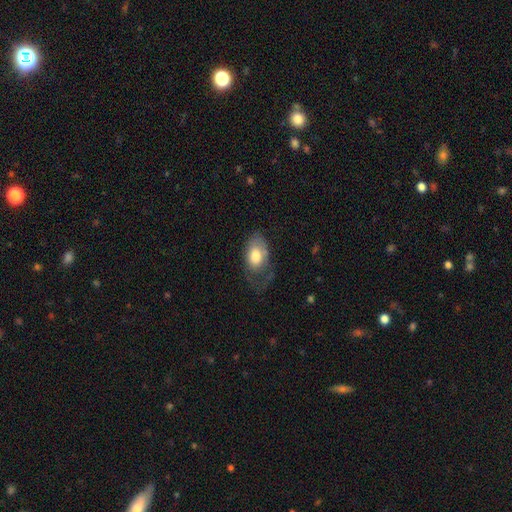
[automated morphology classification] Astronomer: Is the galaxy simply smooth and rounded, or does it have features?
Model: smooth — 70%.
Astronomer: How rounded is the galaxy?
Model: in between — 91%.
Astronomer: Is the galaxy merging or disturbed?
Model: major disturbance — 35% (runner-up: none, 33%).